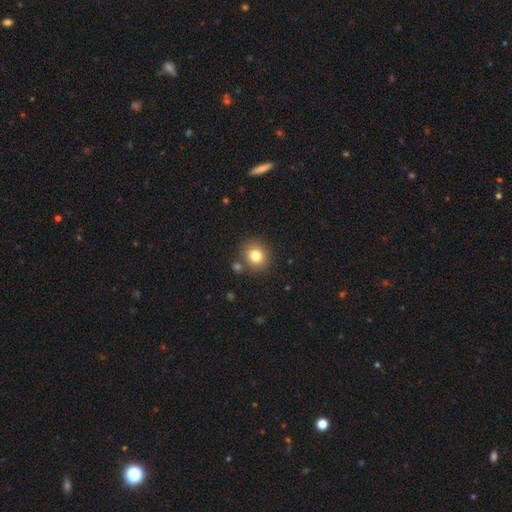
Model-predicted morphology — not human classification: smooth-or-featured: smooth: 80% | star or artifact: 12% | featured or disk: 9%
  how-rounded: round: 84% | in between: 16% | cigar-shaped: 1%
  merging: none: 82% | minor disturbance: 8% | merger: 7% | major disturbance: 3%